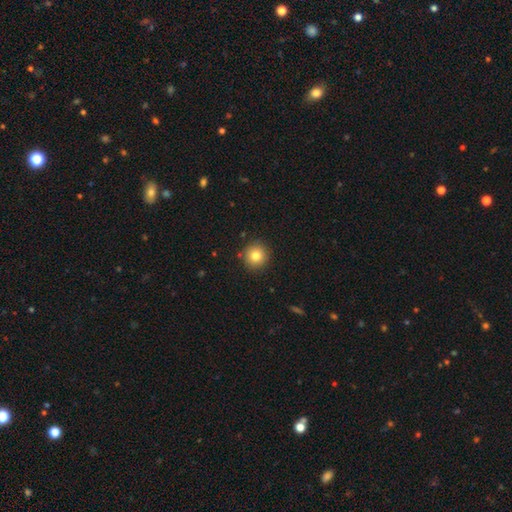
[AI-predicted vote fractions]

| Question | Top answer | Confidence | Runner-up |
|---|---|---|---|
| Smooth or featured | smooth | 82% | star or artifact (10%) |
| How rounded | round | 94% | in between (5%) |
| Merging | none | 89% | minor disturbance (7%) |